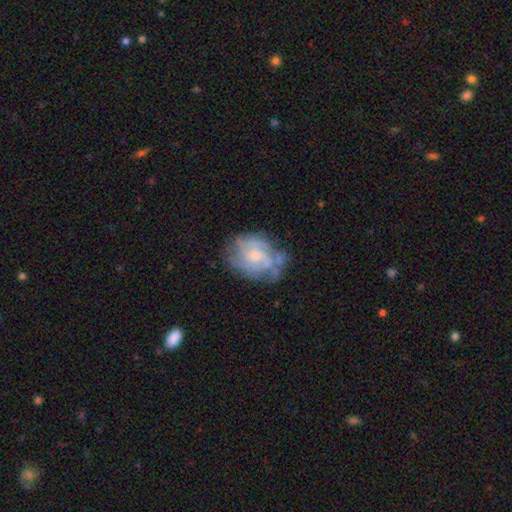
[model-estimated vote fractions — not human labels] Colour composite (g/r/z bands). It shows a featured or disk galaxy (72%) with no bar (71%), tight (51%) spiral arms (78%) and a moderate central bulge (42%). Merging: none (57%).